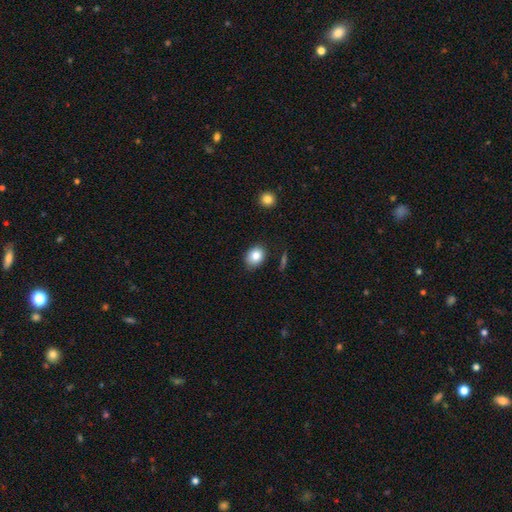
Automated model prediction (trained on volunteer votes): Smooth or featured: smooth — 84% (star or artifact — 9%)
How rounded: in between — 58% (round — 41%)
Merging: none — 84% (minor disturbance — 12%)